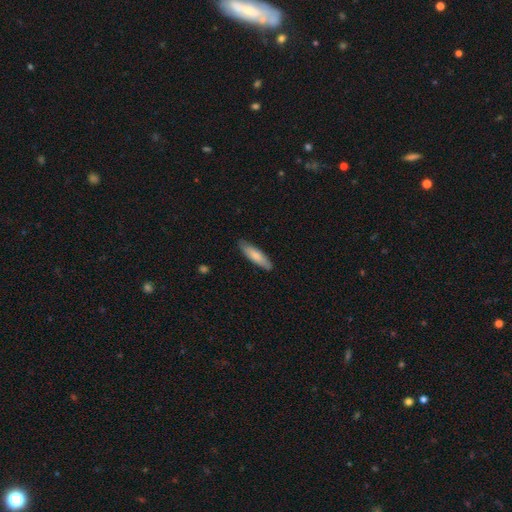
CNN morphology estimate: Q: Smooth or featured?
A: smooth (78%); runner-up: featured or disk (17%)
Q: How rounded?
A: cigar-shaped (71%); runner-up: in between (28%)
Q: Merging?
A: none (86%); runner-up: minor disturbance (11%)